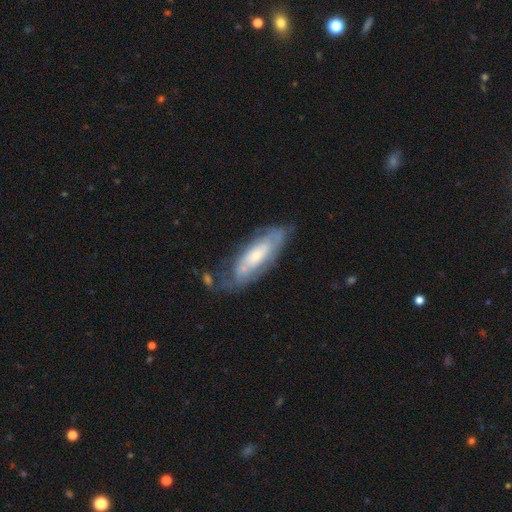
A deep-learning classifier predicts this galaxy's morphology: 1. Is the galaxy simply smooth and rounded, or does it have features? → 59% featured or disk, 35% smooth, 6% star or artifact.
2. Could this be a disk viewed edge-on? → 77% no, 23% yes.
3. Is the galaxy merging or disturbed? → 58% none, 25% minor disturbance, 12% major disturbance, 4% merger.